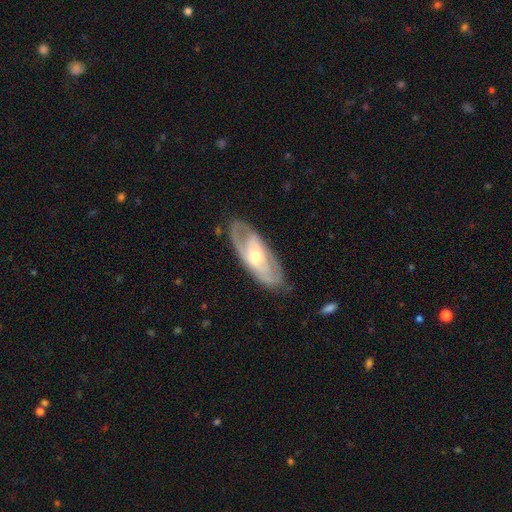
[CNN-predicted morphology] type=featured or disk (73%); edge-on=no (86%); bar=no (58%); spiral arms=yes (77%); bulge=moderate (54%); merging=none (75%).